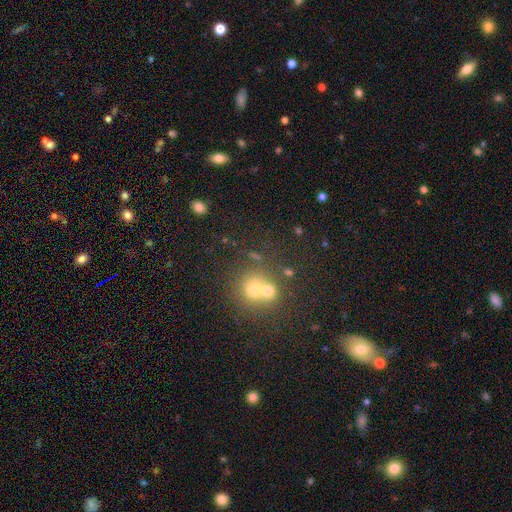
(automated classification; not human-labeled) A smooth galaxy with no disk features (55%) that is round (80%).

Vote fractions:
- Smooth or featured? smooth: 55% / star or artifact: 26% / featured or disk: 18%
- How rounded? round: 80% / in between: 18% / cigar-shaped: 1%
- Merging? merger: 47% / none: 41% / minor disturbance: 8% / major disturbance: 4%